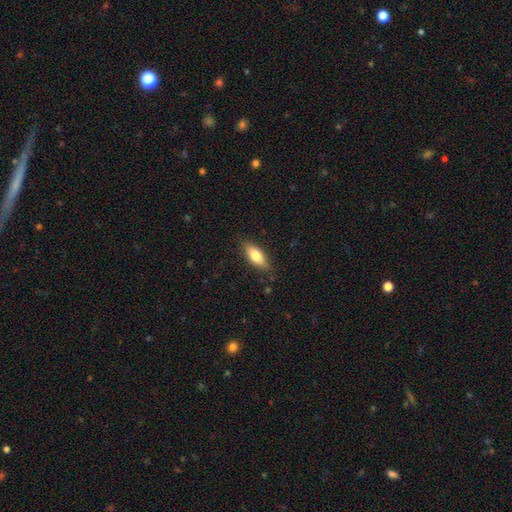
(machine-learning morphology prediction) Smooth or featured?
  - smooth: 74% *
  - featured or disk: 19%
  - star or artifact: 6%
How rounded?
  - in between: 72% *
  - cigar-shaped: 25%
  - round: 2%
Merging?
  - none: 83% *
  - minor disturbance: 13%
  - major disturbance: 3%
  - merger: 1%